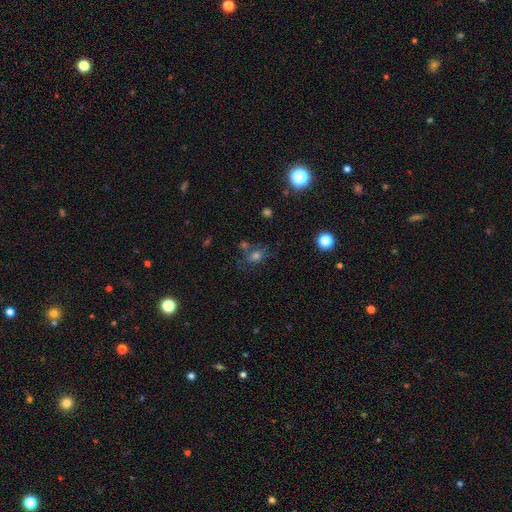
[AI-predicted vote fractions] Smooth or featured?
  - smooth: 53% *
  - star or artifact: 31%
  - featured or disk: 16%
How rounded?
  - round: 57% *
  - in between: 41%
  - cigar-shaped: 2%
Merging?
  - none: 62% *
  - minor disturbance: 16%
  - merger: 14%
  - major disturbance: 8%